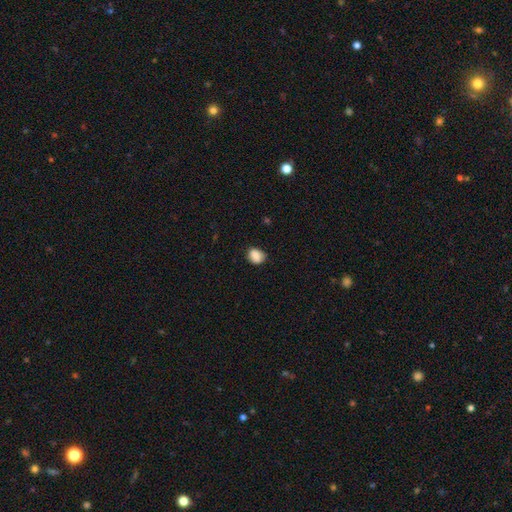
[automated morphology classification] A smooth galaxy with no disk features (87%) that is in between round and cigar-shaped (54%).

Vote fractions:
- Smooth or featured? smooth: 87% / star or artifact: 9% / featured or disk: 5%
- How rounded? in between: 54% / round: 45% / cigar-shaped: 1%
- Merging? none: 73% / minor disturbance: 22% / major disturbance: 4% / merger: 2%